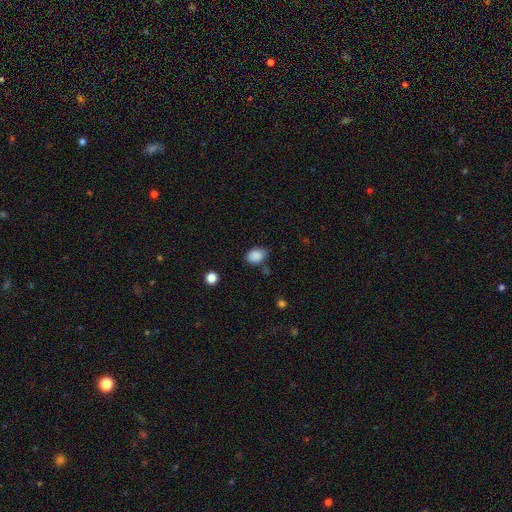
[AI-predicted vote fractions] Smooth or featured?
  - smooth: 87% *
  - star or artifact: 9%
  - featured or disk: 4%
How rounded?
  - in between: 74% *
  - round: 25%
  - cigar-shaped: 1%
Merging?
  - none: 63% *
  - minor disturbance: 27%
  - major disturbance: 5%
  - merger: 5%